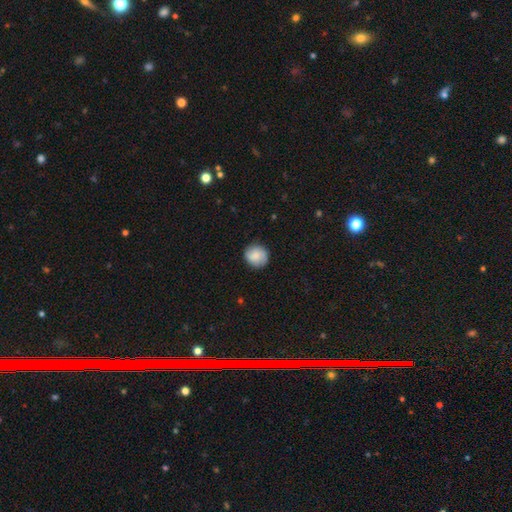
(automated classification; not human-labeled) smooth 73%, featured or disk 19%, star or artifact 8%. Down the decision tree: how rounded — round (89%); merging — none (86%).